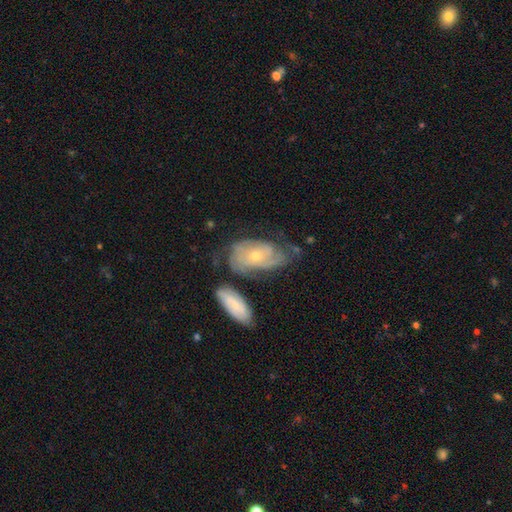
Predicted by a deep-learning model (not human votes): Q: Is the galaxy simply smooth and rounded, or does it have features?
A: featured or disk — 75%.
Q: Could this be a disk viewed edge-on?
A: no — 94%.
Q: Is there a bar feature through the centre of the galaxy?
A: no — 75%.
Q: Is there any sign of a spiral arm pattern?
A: yes — 89%.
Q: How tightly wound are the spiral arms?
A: tight — 64%.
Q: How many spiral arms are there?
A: can't tell — 47%.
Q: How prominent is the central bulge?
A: small — 57%.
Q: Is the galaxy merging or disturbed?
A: none — 47%.